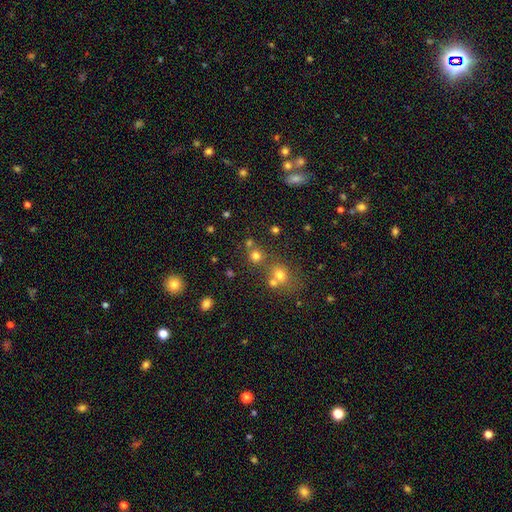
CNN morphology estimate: type=smooth (72%); roundness=round (86%); merging=none (63%).